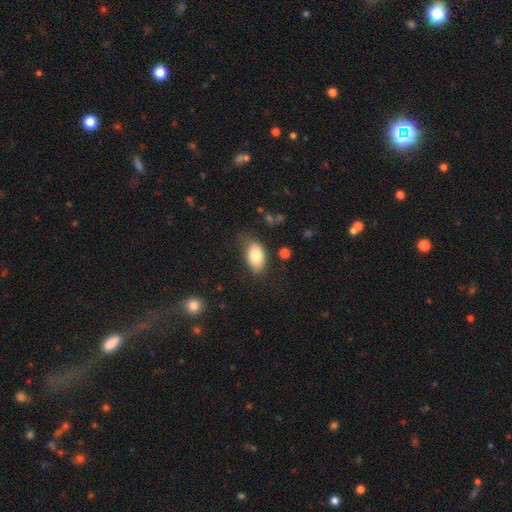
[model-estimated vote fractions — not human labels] Overall: smooth (80%). How rounded: in between (92%). Merging: none (70%).